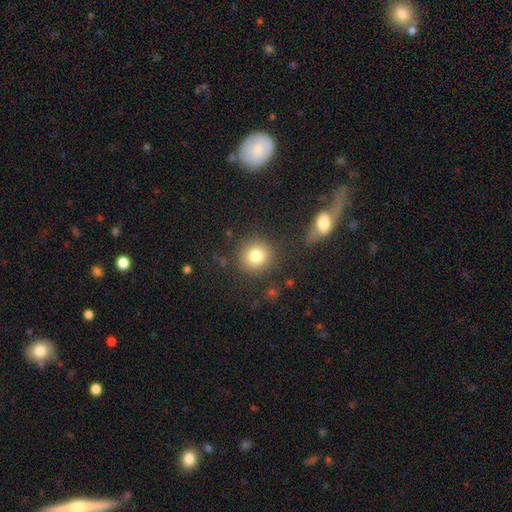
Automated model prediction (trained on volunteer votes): Smooth or featured? smooth (80%)
How rounded? round (90%)
Merging? none (84%)